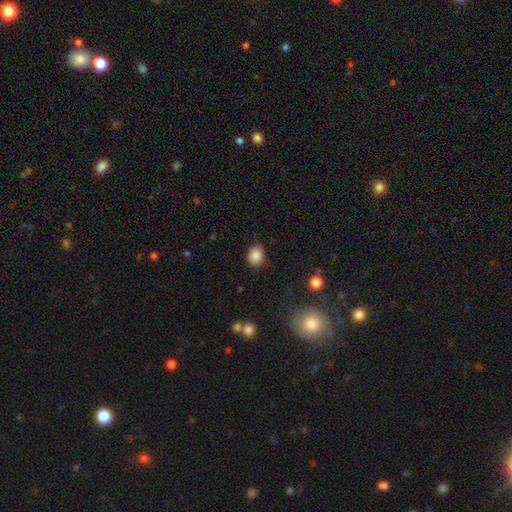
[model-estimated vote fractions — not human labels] This is clearly a smooth galaxy (87%). How rounded: possibly in between (52%). Merging: likely none (79%).